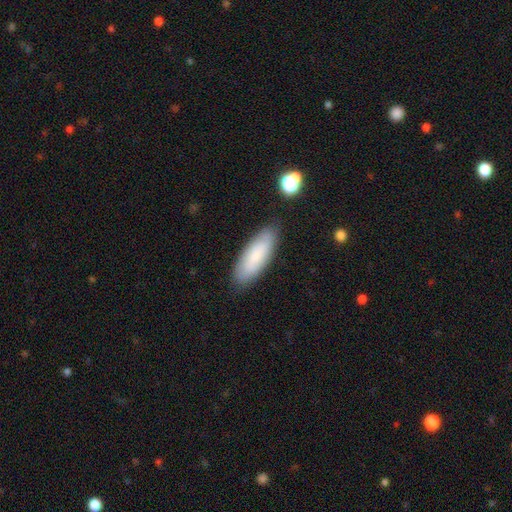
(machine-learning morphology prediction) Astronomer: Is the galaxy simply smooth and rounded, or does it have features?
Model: smooth — 79%.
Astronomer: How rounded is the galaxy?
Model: in between — 61% (runner-up: cigar-shaped, 37%).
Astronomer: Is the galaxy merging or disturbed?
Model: none — 84%.